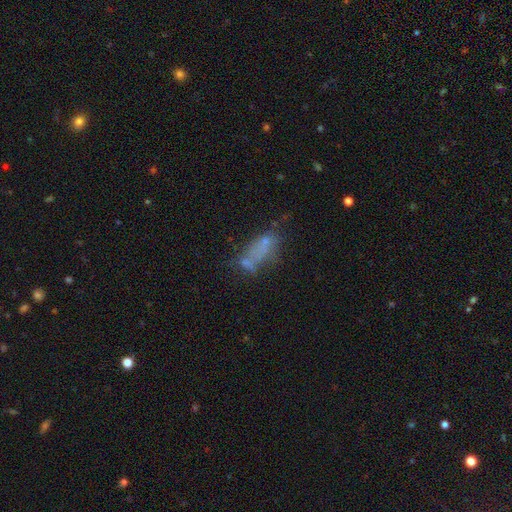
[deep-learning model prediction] A smooth galaxy with no disk features (48%).

Vote fractions:
- Smooth or featured? smooth: 48% / featured or disk: 33% / star or artifact: 19%
- Merging? none: 34% / merger: 29% / major disturbance: 20% / minor disturbance: 18%